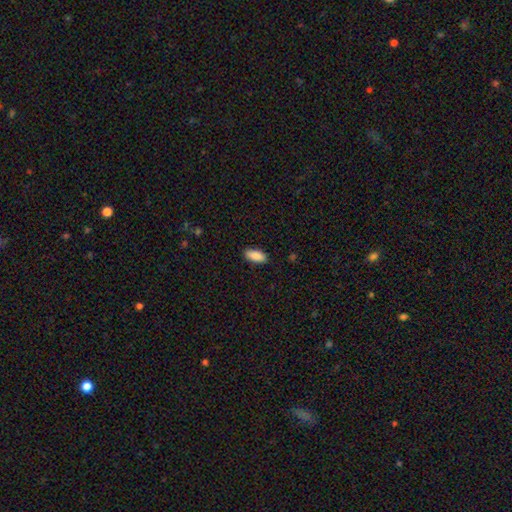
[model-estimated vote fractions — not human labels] This is clearly a smooth galaxy (90%). How rounded: clearly in between (89%). Merging: clearly none (89%).